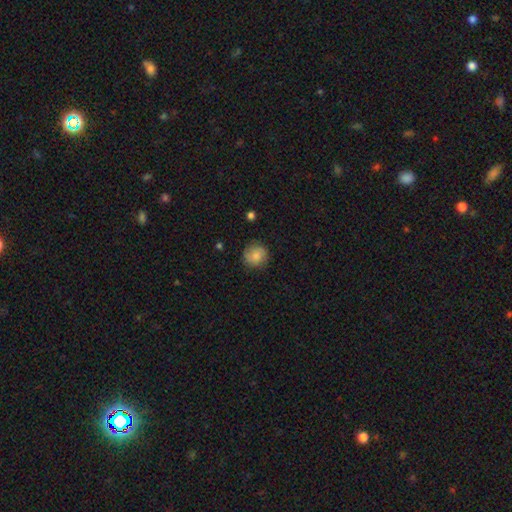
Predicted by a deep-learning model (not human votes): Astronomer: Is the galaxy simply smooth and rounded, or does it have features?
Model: smooth — 80%.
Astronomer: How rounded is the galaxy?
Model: round — 87%.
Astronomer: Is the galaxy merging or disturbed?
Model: none — 81%.